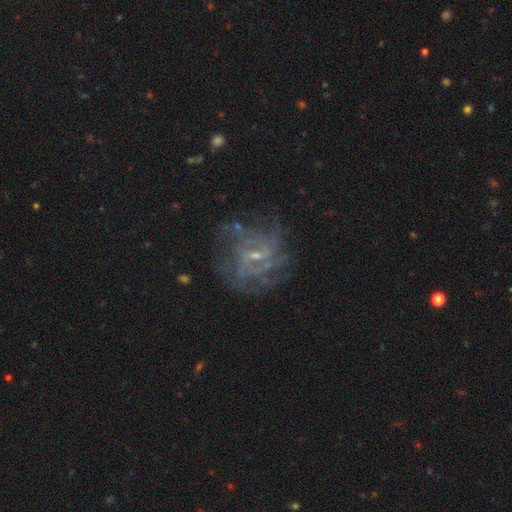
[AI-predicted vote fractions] Morphology: type=featured or disk (79%); edge-on=no (97%); bar=weak (50%); spiral arms=yes (84%); winding=tight (45%); arm count=can't tell (44%); bulge=small (68%); merging=none (66%).